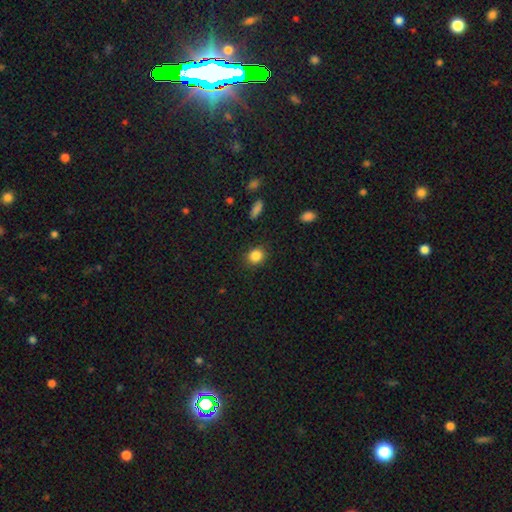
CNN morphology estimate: Overall: smooth (86%). How rounded: round (76%). Merging: none (88%).